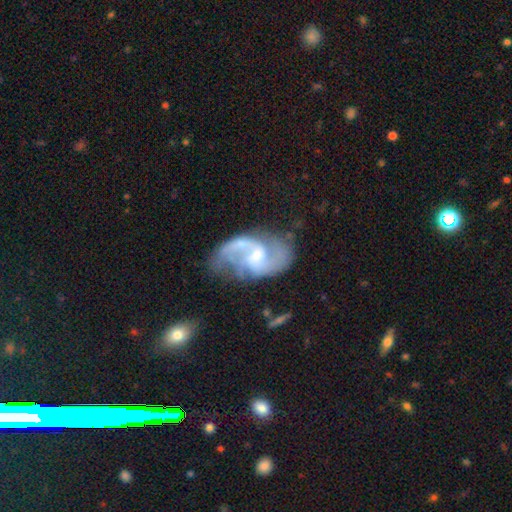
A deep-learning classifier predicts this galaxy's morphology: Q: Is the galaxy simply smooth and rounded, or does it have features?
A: featured or disk — 89%.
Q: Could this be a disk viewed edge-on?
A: no — 98%.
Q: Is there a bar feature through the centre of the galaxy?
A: weak — 52%.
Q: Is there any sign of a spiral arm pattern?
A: yes — 96%.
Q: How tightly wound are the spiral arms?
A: medium — 49%.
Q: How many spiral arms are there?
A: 2 — 87%.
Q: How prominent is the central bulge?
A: small — 57%.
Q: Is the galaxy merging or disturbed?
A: none — 57%.